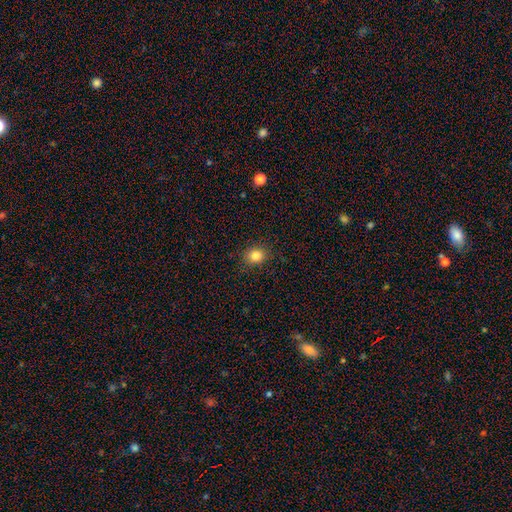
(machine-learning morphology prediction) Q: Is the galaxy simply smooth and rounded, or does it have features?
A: smooth — 83%.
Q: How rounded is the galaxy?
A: round — 71%.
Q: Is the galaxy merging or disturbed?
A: none — 88%.